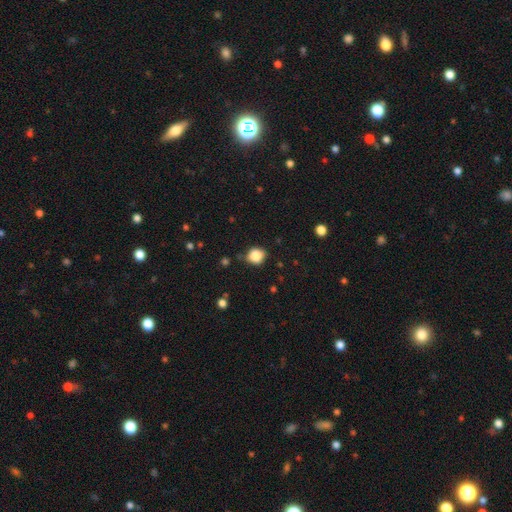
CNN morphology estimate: A smooth galaxy with no disk features (85%) that is round (80%). Merging: none (76%).